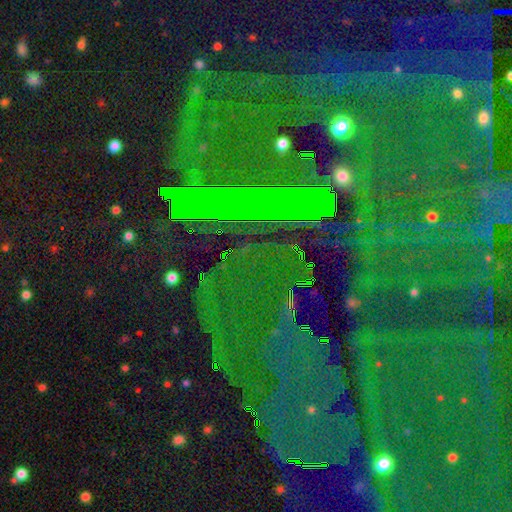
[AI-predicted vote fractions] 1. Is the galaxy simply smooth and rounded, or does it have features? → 82% star or artifact, 9% featured or disk, 8% smooth.